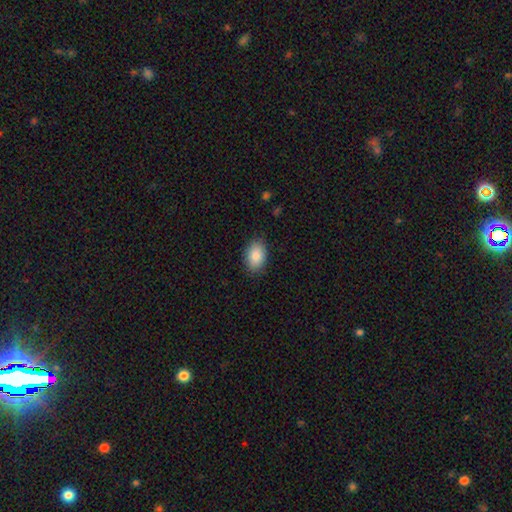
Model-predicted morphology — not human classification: Smooth or featured: smooth — 86% (star or artifact — 7%)
How rounded: in between — 84% (round — 15%)
Merging: none — 86% (minor disturbance — 10%)